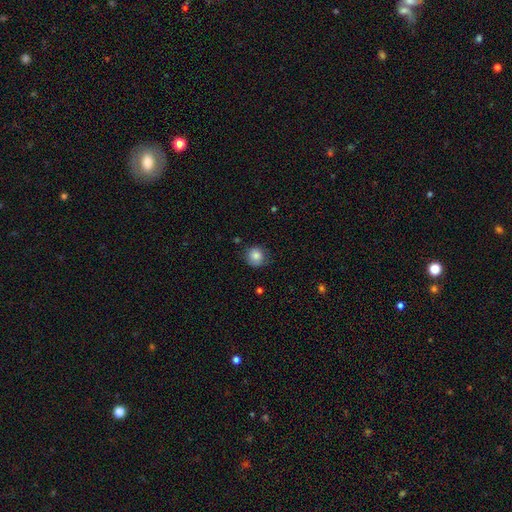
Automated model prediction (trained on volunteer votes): This is clearly a smooth galaxy (83%). How rounded: clearly round (89%). Merging: likely none (75%).